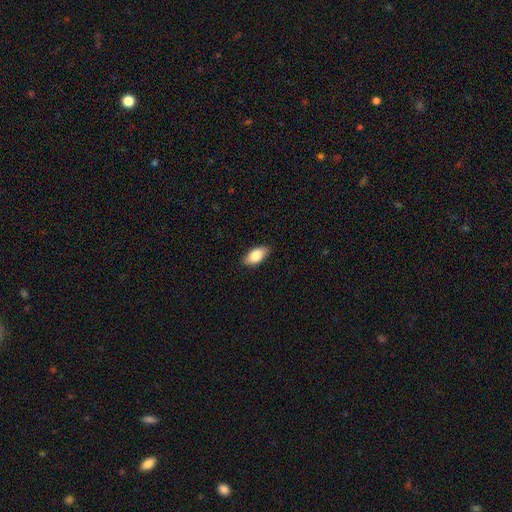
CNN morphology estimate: This appears to be a smooth galaxy with no disk features (83%) that is in between round and cigar-shaped (91%). Merging: none (85%).